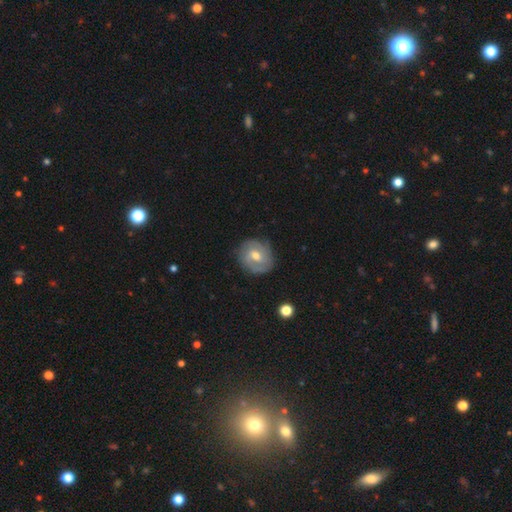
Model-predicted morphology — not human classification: Smooth or featured? Predicted: featured or disk (p=0.66). Edge-on disk? Predicted: no (p=0.97). Bar? Predicted: weak (p=0.47). Spiral arms? Predicted: yes (p=0.84). Spiral winding? Predicted: tight (p=0.51). Spiral arm count? Predicted: 2 (p=0.49). Bulge size? Predicted: moderate (p=0.70). Merging? Predicted: none (p=0.78).